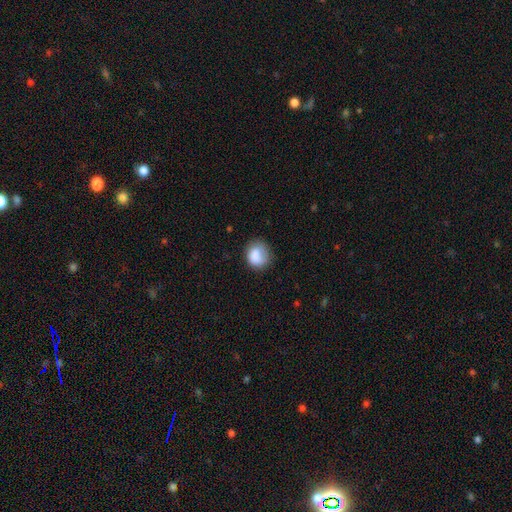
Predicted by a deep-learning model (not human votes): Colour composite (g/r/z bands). It shows a smooth galaxy with no disk features (83%) that is round (71%). Merging: none (65%).